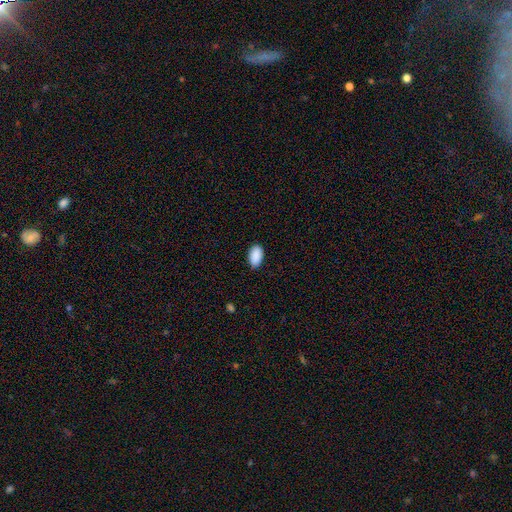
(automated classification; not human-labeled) Smooth or featured?
  - smooth: 90% *
  - star or artifact: 7%
  - featured or disk: 3%
How rounded?
  - in between: 94% *
  - round: 4%
  - cigar-shaped: 2%
Merging?
  - none: 84% *
  - minor disturbance: 13%
  - major disturbance: 2%
  - merger: 1%